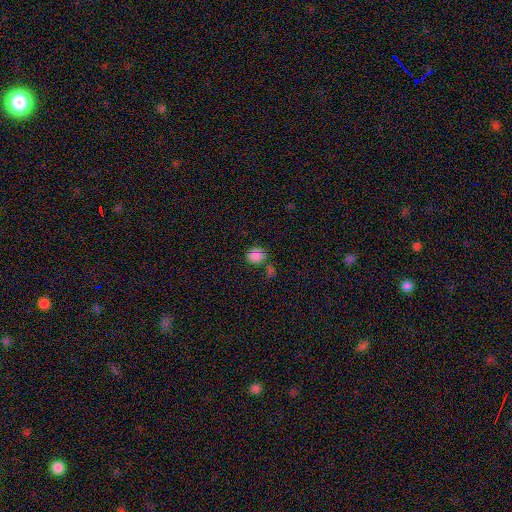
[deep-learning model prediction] A smooth galaxy with no disk features (70%) that is round (55%). Merging: none (62%).